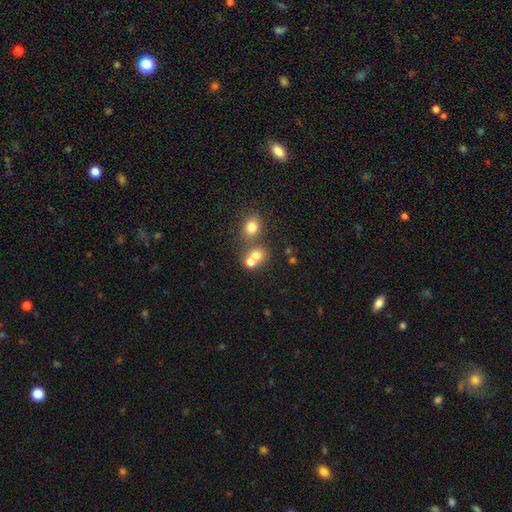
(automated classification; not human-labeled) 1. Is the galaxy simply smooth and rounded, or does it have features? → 71% smooth, 15% featured or disk, 14% star or artifact.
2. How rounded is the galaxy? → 75% round, 24% in between, 1% cigar-shaped.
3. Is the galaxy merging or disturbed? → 51% merger, 39% none, 7% minor disturbance, 4% major disturbance.